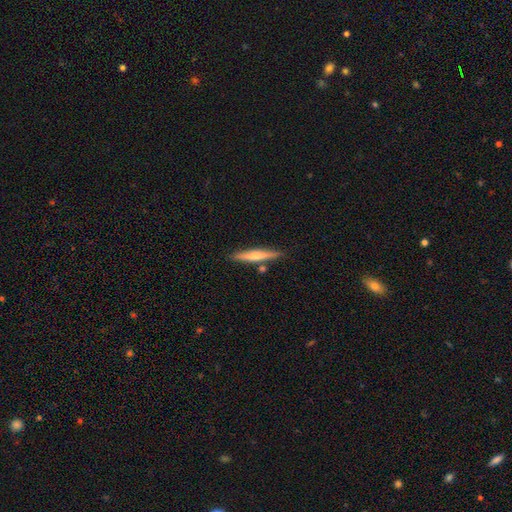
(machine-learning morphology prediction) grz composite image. It shows a smooth galaxy with no disk features (54%) that is cigar-shaped (93%). Merging: none (82%).